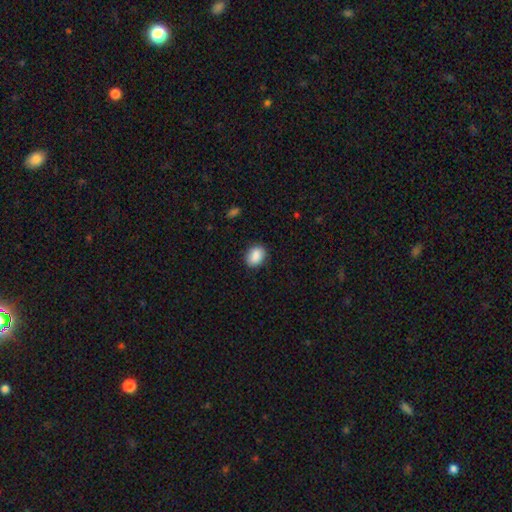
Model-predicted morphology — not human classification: This is clearly a smooth galaxy (89%). How rounded: likely in between (68%). Merging: clearly none (85%).